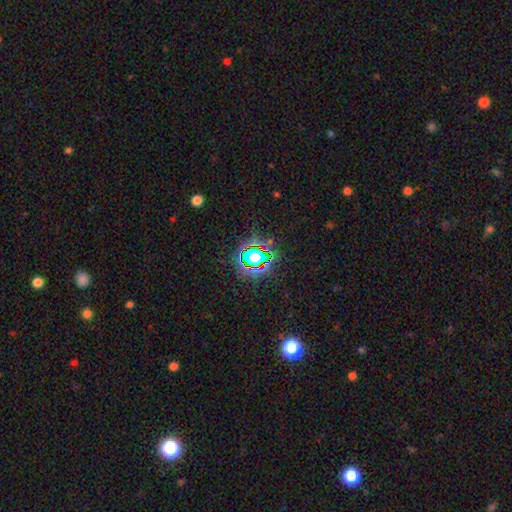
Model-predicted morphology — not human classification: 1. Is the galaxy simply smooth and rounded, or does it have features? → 71% star or artifact, 19% smooth, 10% featured or disk.